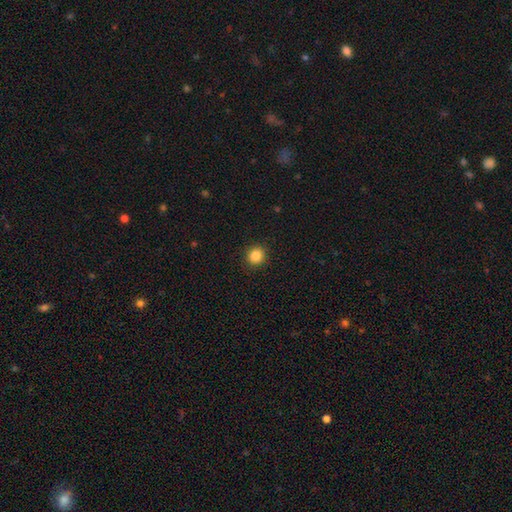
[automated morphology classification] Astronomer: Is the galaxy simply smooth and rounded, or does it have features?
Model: smooth — 86%.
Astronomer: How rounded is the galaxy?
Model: round — 91%.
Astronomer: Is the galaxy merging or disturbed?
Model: none — 92%.